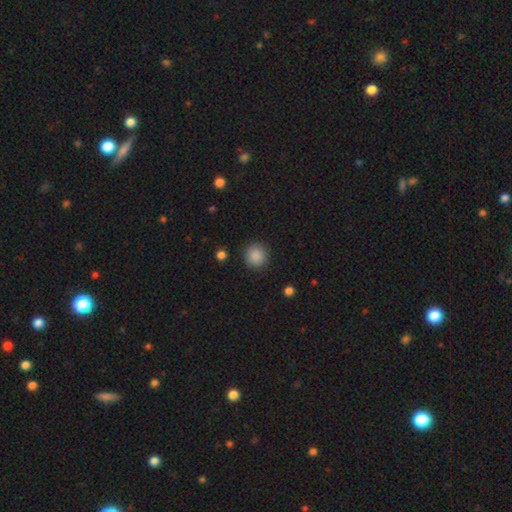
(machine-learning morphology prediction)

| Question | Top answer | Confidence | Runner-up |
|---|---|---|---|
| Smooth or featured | smooth | 88% | star or artifact (9%) |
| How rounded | round | 93% | in between (6%) |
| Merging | none | 90% | minor disturbance (7%) |